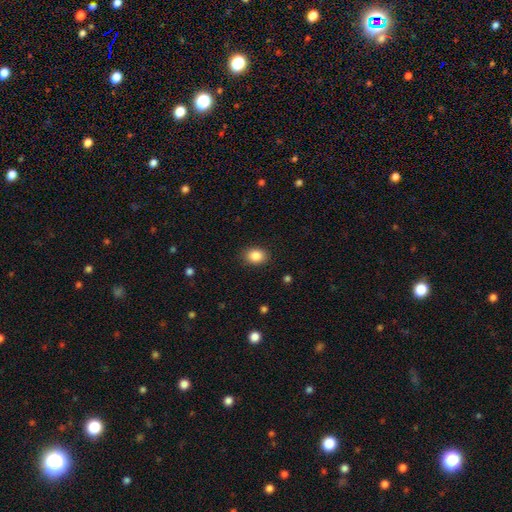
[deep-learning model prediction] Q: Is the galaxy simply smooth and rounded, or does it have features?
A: smooth — 87%.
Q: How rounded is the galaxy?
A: in between — 67%.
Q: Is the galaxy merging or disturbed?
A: none — 88%.